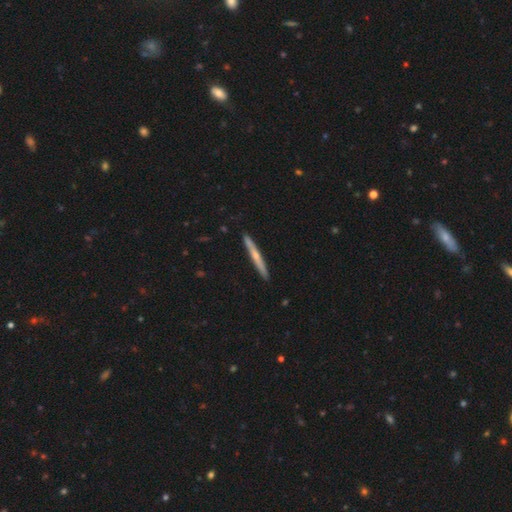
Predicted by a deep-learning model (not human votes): smooth_or_featured: featured or disk (p=0.54) [alt: smooth p=0.40]
disk_edge_on: yes (p=0.97) [alt: no p=0.03]
edge_on_bulge: rounded (p=0.58) [alt: none p=0.38]
merging: none (p=0.90) [alt: minor disturbance p=0.07]